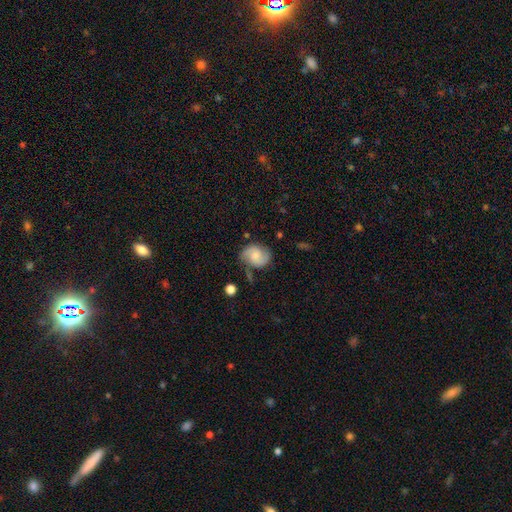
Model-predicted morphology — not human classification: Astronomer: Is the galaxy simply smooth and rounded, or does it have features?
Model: featured or disk — 68%.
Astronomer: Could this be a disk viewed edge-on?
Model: no — 98%.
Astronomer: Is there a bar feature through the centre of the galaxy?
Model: no — 59% (runner-up: weak, 35%).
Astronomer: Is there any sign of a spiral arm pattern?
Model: yes — 94%.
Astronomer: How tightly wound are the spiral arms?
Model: medium — 49% (runner-up: tight, 29%).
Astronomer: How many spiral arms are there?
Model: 2 — 87%.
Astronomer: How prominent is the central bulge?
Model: moderate — 41% (runner-up: small, 39%).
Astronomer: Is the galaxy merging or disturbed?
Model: none — 68%.